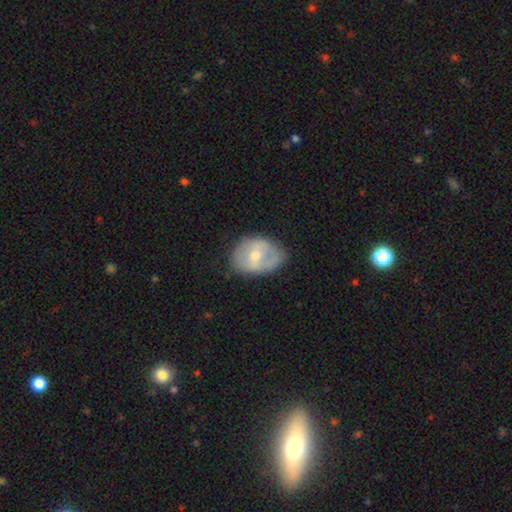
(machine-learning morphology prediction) A featured or disk galaxy (48%).

Vote fractions:
- Smooth or featured? featured or disk: 48% / smooth: 46% / star or artifact: 6%
- Merging? none: 64% / minor disturbance: 25% / major disturbance: 8% / merger: 2%